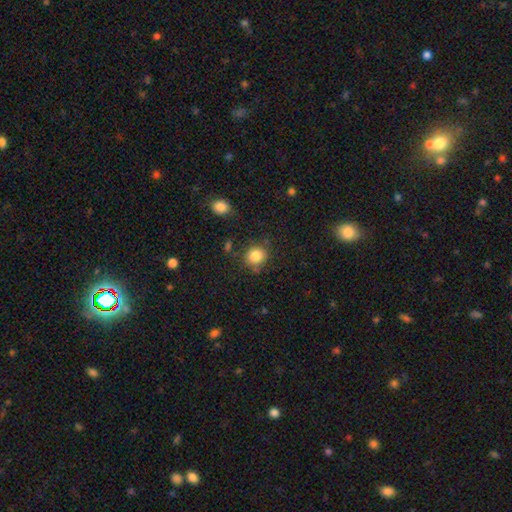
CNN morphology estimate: Overall: smooth (84%). How rounded: round (82%). Merging: none (78%).